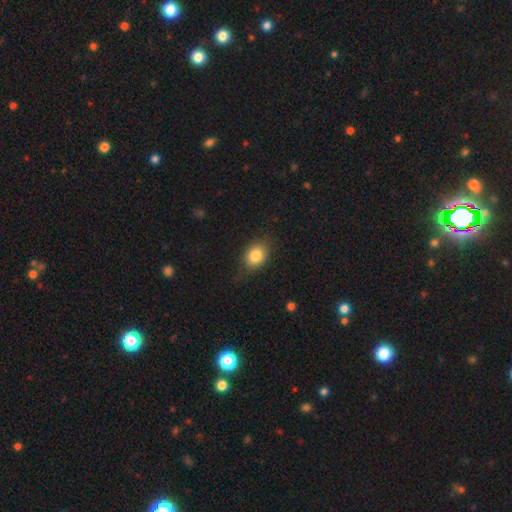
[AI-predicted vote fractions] This is clearly a smooth galaxy (82%). How rounded: possibly in between (57%). Merging: likely none (75%).